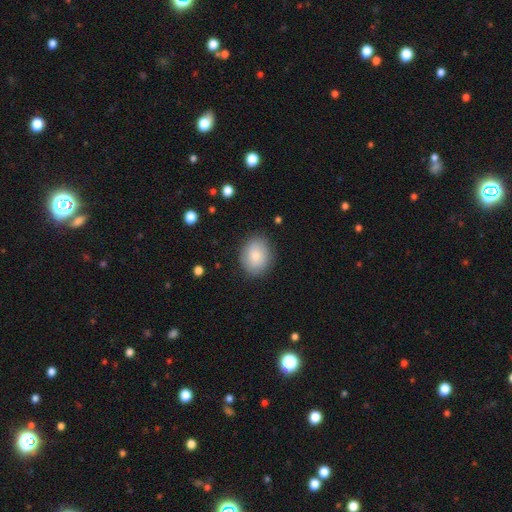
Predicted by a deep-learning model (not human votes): smooth_or_featured: smooth (p=0.81) [alt: featured or disk p=0.12]
how_rounded: round (p=0.50) [alt: in between p=0.49]
merging: none (p=0.84) [alt: minor disturbance p=0.11]